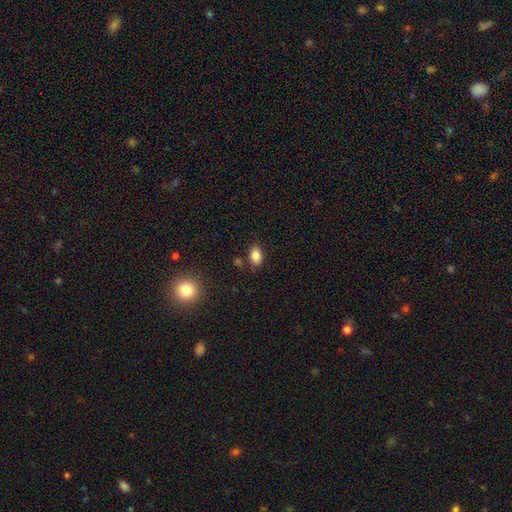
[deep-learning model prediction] A smooth galaxy with no disk features (84%) that is in between round and cigar-shaped (86%). Merging: none (79%).